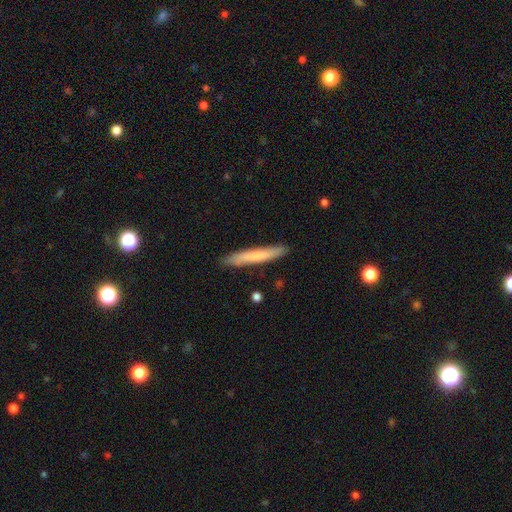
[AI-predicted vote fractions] Smooth or featured? smooth (71%)
How rounded? cigar-shaped (95%)
Merging? none (88%)